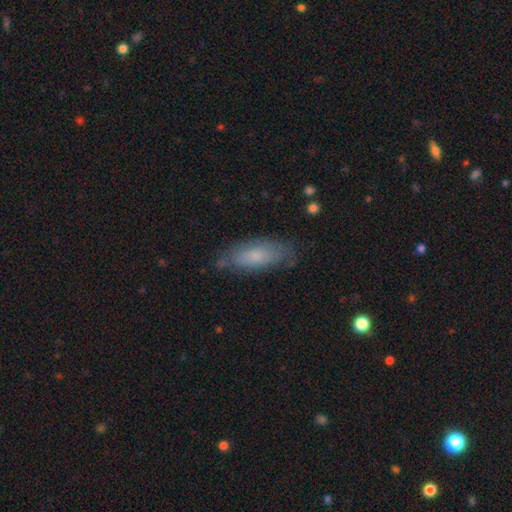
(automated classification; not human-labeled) Smooth or featured?
  - smooth: 70% *
  - featured or disk: 23%
  - star or artifact: 7%
How rounded?
  - in between: 74% *
  - cigar-shaped: 24%
  - round: 2%
Merging?
  - none: 70% *
  - minor disturbance: 22%
  - major disturbance: 5%
  - merger: 2%